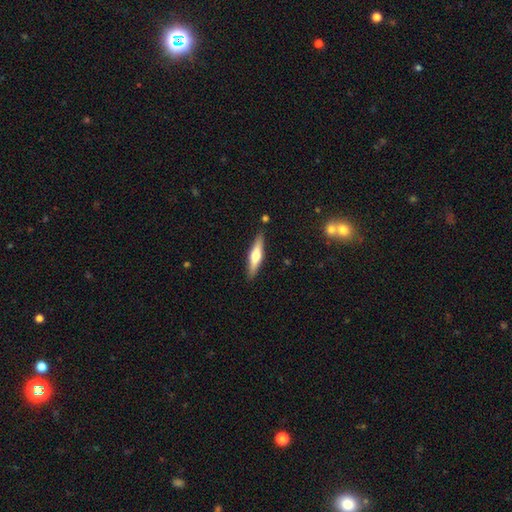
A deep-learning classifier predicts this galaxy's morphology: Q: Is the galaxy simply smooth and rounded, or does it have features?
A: featured or disk — 54%.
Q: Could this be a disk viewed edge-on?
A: yes — 95%.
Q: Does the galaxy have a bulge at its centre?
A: rounded — 91%.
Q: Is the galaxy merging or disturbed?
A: none — 88%.